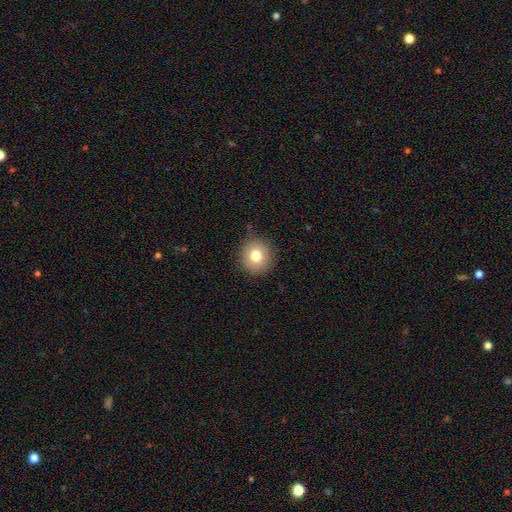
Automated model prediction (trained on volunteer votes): smooth_or_featured: smooth (p=0.78) [alt: featured or disk p=0.11]
how_rounded: round (p=0.90) [alt: in between p=0.09]
merging: none (p=0.87) [alt: minor disturbance p=0.10]